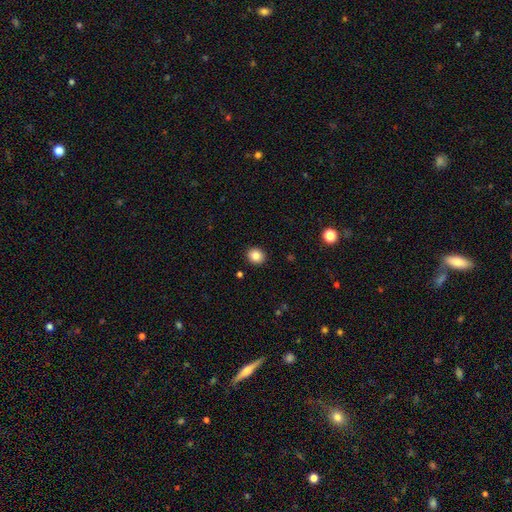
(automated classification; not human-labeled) Smooth or featured: smooth — 84% (star or artifact — 10%)
How rounded: round — 79% (in between — 20%)
Merging: none — 92% (minor disturbance — 5%)